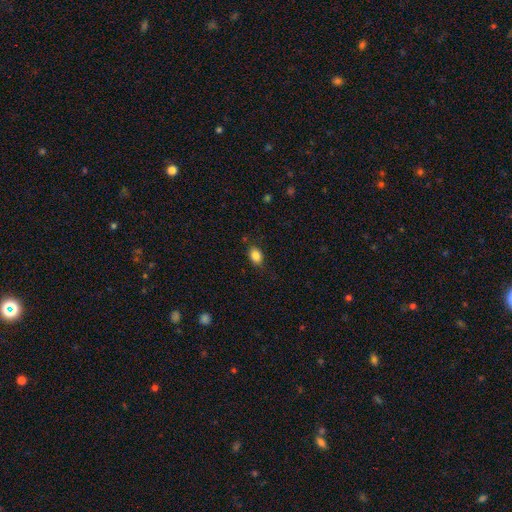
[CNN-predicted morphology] Smooth or featured? Predicted: smooth (p=0.86). How rounded? Predicted: in between (p=0.72). Merging? Predicted: none (p=0.82).